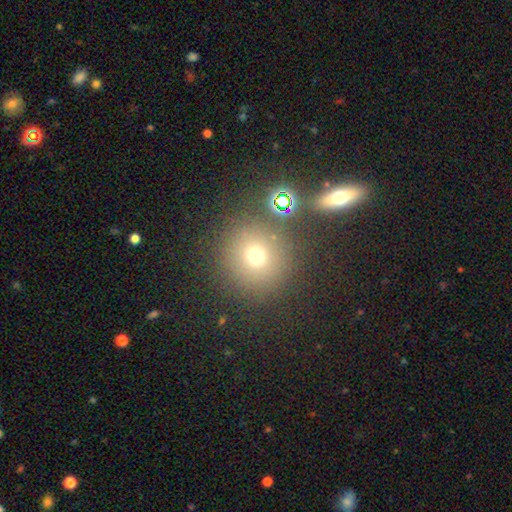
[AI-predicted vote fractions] Smooth or featured?
  - smooth: 69% *
  - star or artifact: 20%
  - featured or disk: 11%
How rounded?
  - round: 92% *
  - in between: 7%
  - cigar-shaped: 1%
Merging?
  - none: 80% *
  - minor disturbance: 8%
  - merger: 7%
  - major disturbance: 4%